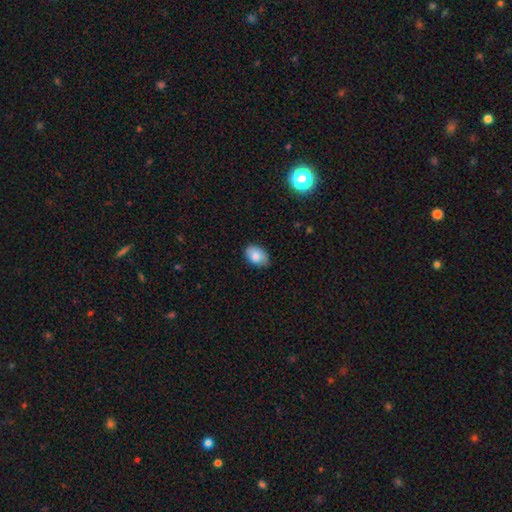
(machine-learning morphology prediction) smooth-or-featured: smooth: 82% | featured or disk: 10% | star or artifact: 8%
  how-rounded: in between: 87% | round: 12% | cigar-shaped: 1%
  merging: none: 79% | minor disturbance: 18% | major disturbance: 2% | merger: 1%